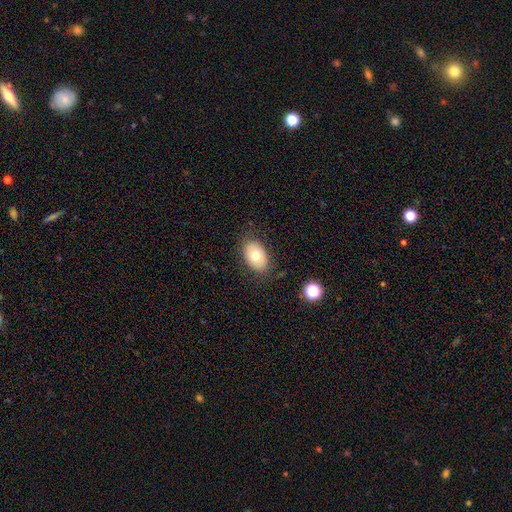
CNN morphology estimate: This appears to be a smooth galaxy with no disk features (75%) that is in between round and cigar-shaped (87%). Merging: none (82%).